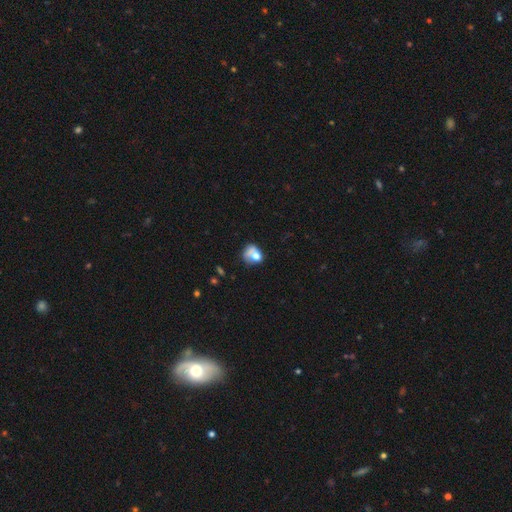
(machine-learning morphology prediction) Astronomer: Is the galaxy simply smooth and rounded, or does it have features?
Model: smooth — 64%.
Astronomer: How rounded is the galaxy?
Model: round — 59% (runner-up: in between, 40%).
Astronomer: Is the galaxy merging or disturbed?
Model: none — 33% (runner-up: minor disturbance, 25%).